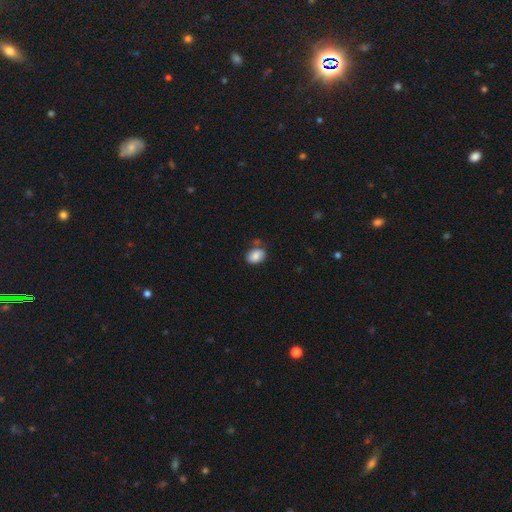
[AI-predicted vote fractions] smooth_or_featured: smooth (p=0.83) [alt: featured or disk p=0.09]
how_rounded: in between (p=0.76) [alt: round p=0.23]
merging: none (p=0.66) [alt: minor disturbance p=0.20]